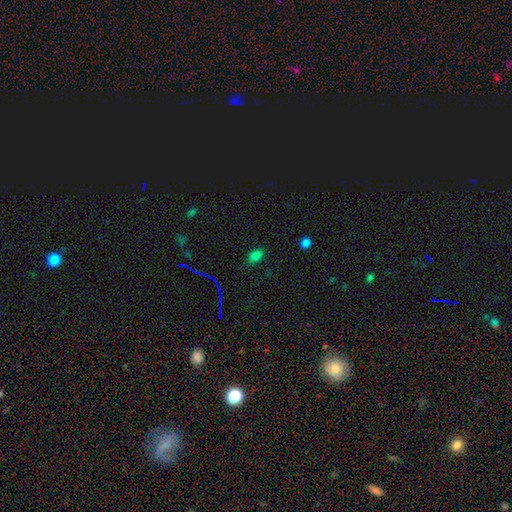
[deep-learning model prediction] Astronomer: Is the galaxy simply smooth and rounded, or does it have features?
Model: smooth — 74%.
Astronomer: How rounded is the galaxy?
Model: in between — 88%.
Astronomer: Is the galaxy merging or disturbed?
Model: none — 80%.